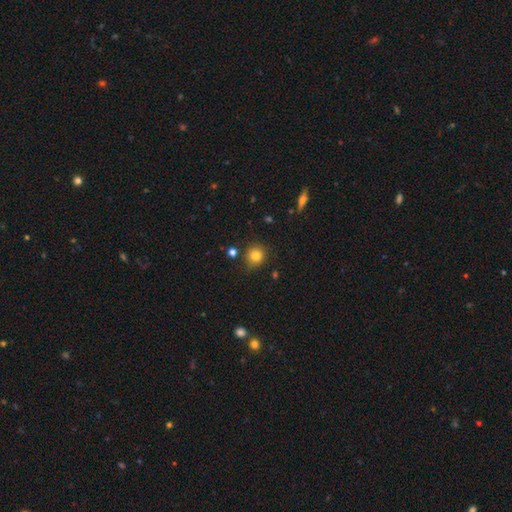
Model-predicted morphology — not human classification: smooth 81%, star or artifact 12%, featured or disk 7%. Down the decision tree: how rounded — round (89%); merging — none (83%).